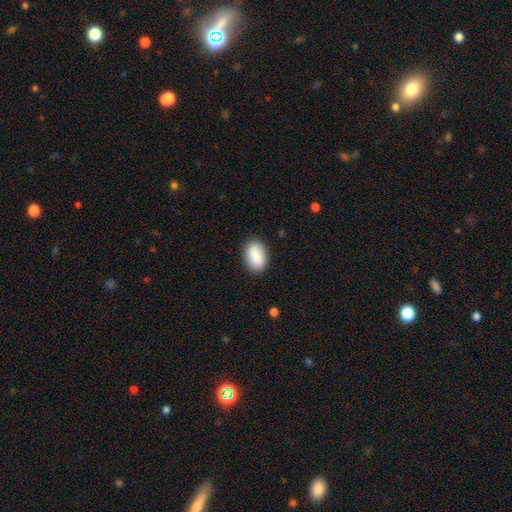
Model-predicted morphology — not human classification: The model was most divided on "merging": none: 87%, minor disturbance: 10%, major disturbance: 2%, merger: 1%. More confident: how rounded — in between (90%); smooth or featured — smooth (88%).